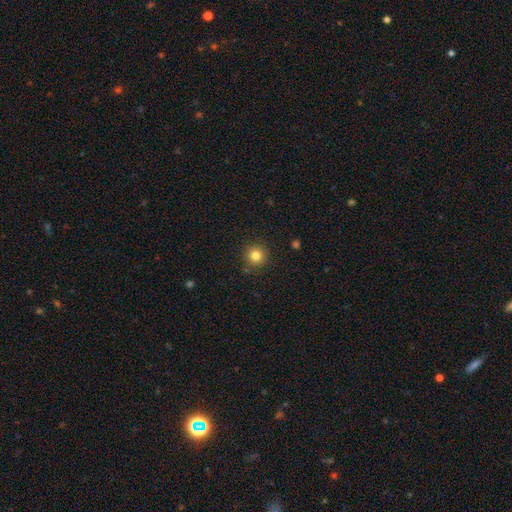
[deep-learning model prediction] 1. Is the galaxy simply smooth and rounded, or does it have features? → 82% smooth, 12% star or artifact, 6% featured or disk.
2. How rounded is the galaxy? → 95% round, 4% in between, 1% cigar-shaped.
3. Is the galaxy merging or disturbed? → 89% none, 7% minor disturbance, 2% major disturbance, 2% merger.